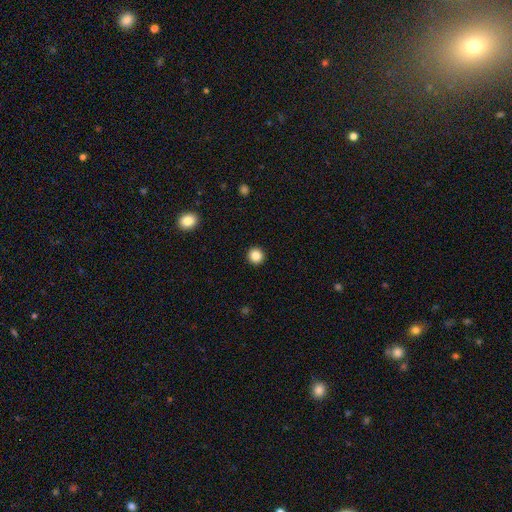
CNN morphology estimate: type=smooth (85%); roundness=round (95%); merging=none (93%).